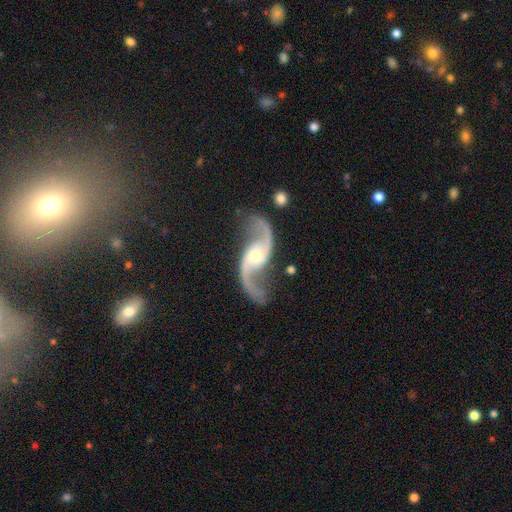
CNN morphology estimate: Overall: featured or disk (93%). Edge-on disk: no (97%). Bar: no (59%; weak 28%). Spiral arms: yes (98%). Spiral arm count: 2 (95%). Spiral winding: loose (74%). Bulge size: small (51%; moderate 44%). Merging: none (78%).